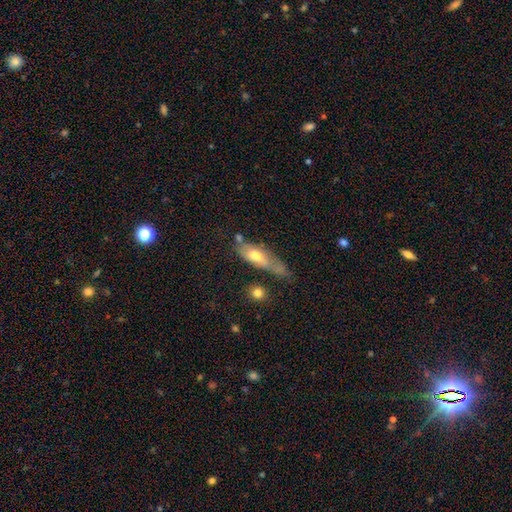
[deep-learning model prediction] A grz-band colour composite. It shows a smooth galaxy with no disk features (58%) that is in between round and cigar-shaped (57%). Merging: none (33%).